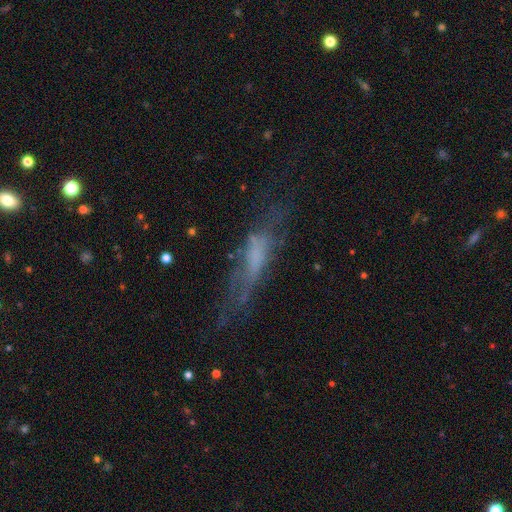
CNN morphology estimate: Smooth or featured?
  - featured or disk: 46% *
  - smooth: 40%
  - star or artifact: 14%
Merging?
  - none: 50% *
  - minor disturbance: 24%
  - major disturbance: 23%
  - merger: 3%